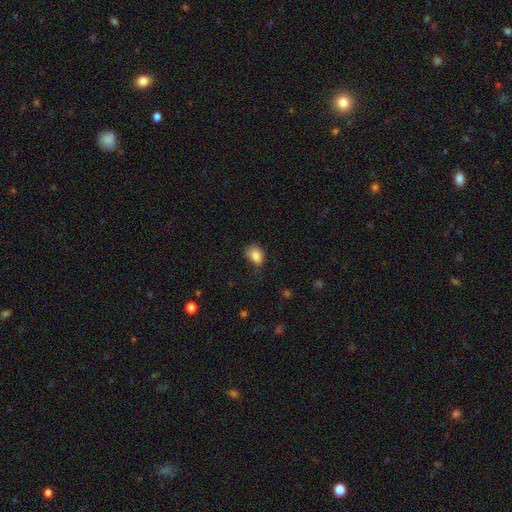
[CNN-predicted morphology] A smooth galaxy with no disk features (85%) that is in between round and cigar-shaped (63%).

Vote fractions:
- Smooth or featured? smooth: 85% / star or artifact: 10% / featured or disk: 6%
- How rounded? in between: 63% / round: 36% / cigar-shaped: 1%
- Merging? none: 53% / minor disturbance: 33% / major disturbance: 12% / merger: 2%